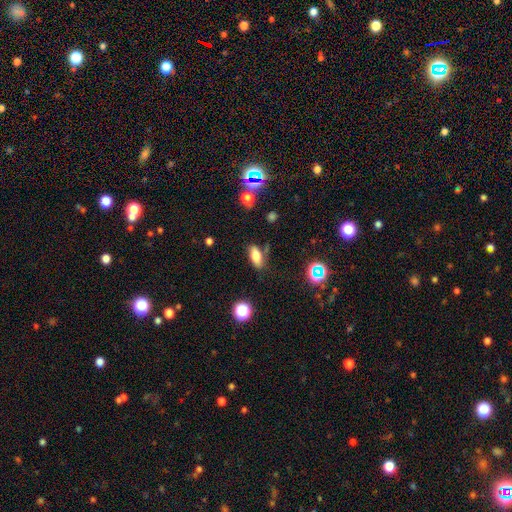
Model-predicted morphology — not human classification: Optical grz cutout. It shows a smooth galaxy with no disk features (75%) that is in between round and cigar-shaped (81%). Merging: none (75%).